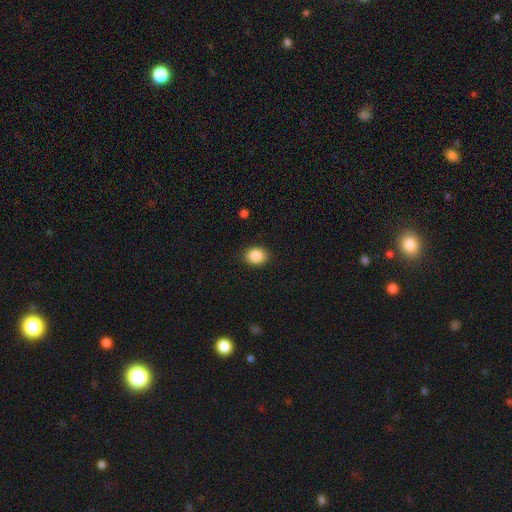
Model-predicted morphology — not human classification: type=smooth (87%); roundness=in between (52%); merging=none (89%).